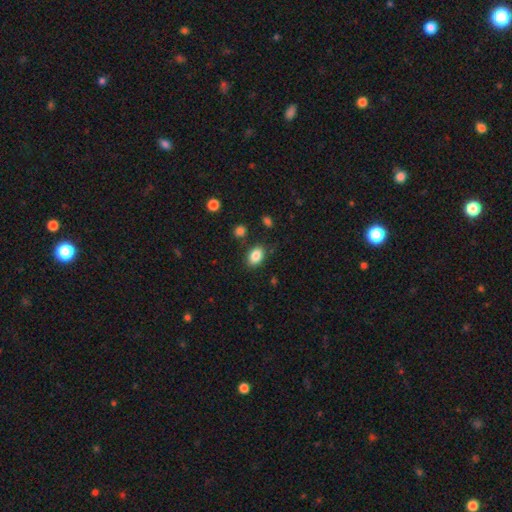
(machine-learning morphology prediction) Smooth or featured: smooth — 87% (star or artifact — 8%)
How rounded: in between — 85% (round — 13%)
Merging: none — 82% (minor disturbance — 11%)